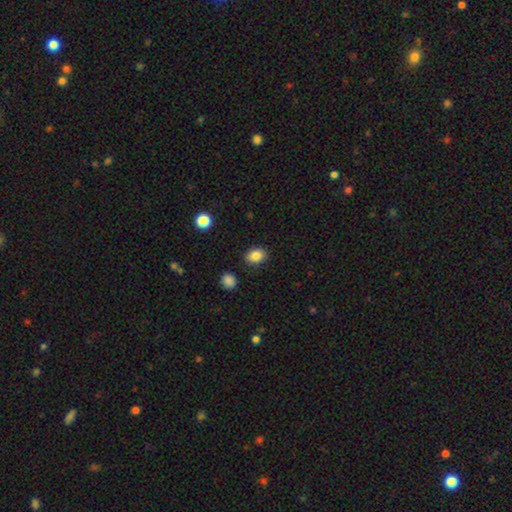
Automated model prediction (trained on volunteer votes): Smooth or featured? Predicted: smooth (p=0.85). How rounded? Predicted: in between (p=0.68). Merging? Predicted: none (p=0.86).